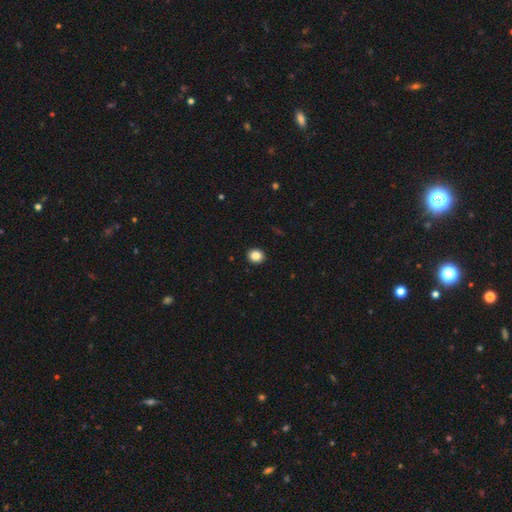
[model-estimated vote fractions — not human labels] smooth-or-featured: smooth: 87% | star or artifact: 10% | featured or disk: 4%
  how-rounded: round: 71% | in between: 28% | cigar-shaped: 1%
  merging: none: 92% | minor disturbance: 5% | major disturbance: 2% | merger: 1%